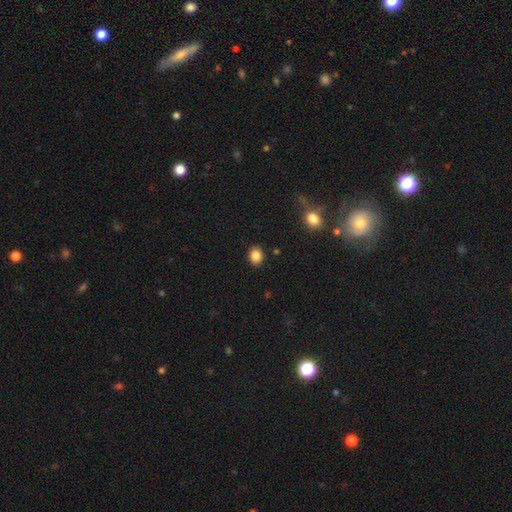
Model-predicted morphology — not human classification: Smooth or featured?
  - smooth: 86% *
  - star or artifact: 10%
  - featured or disk: 4%
How rounded?
  - round: 64% *
  - in between: 35%
  - cigar-shaped: 1%
Merging?
  - none: 90% *
  - minor disturbance: 7%
  - major disturbance: 2%
  - merger: 1%